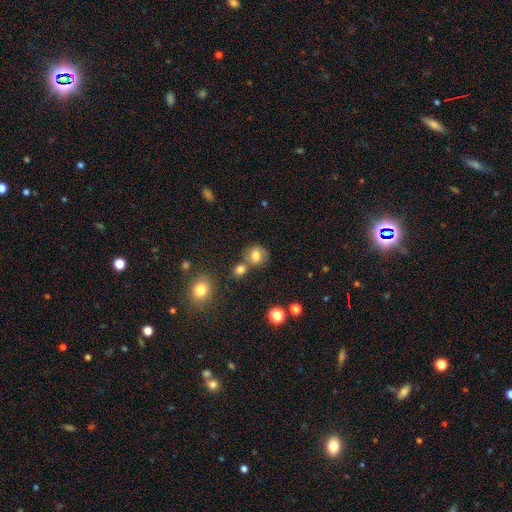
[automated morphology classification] smooth_or_featured: smooth (p=0.78) [alt: star or artifact p=0.12]
how_rounded: round (p=0.75) [alt: in between p=0.24]
merging: none (p=0.63) [alt: merger p=0.20]